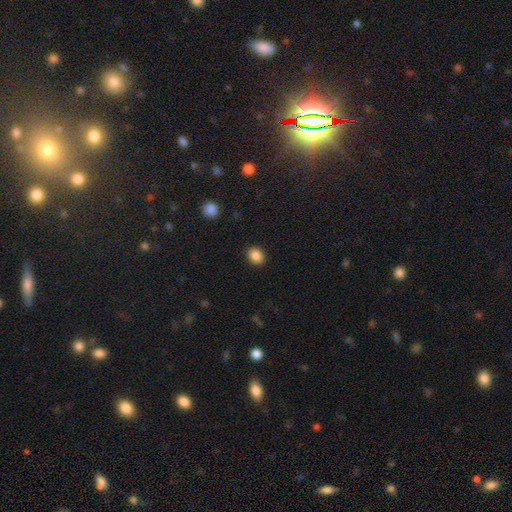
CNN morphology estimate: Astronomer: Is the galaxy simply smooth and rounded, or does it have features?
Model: smooth — 87%.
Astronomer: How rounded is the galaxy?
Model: round — 54% (runner-up: in between, 45%).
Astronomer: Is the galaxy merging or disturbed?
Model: none — 90%.